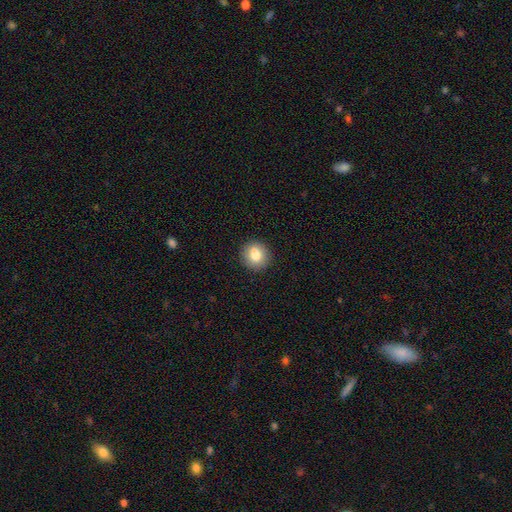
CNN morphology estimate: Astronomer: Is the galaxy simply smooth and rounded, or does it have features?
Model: smooth — 80%.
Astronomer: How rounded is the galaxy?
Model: round — 80%.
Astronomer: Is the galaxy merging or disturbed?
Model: none — 84%.